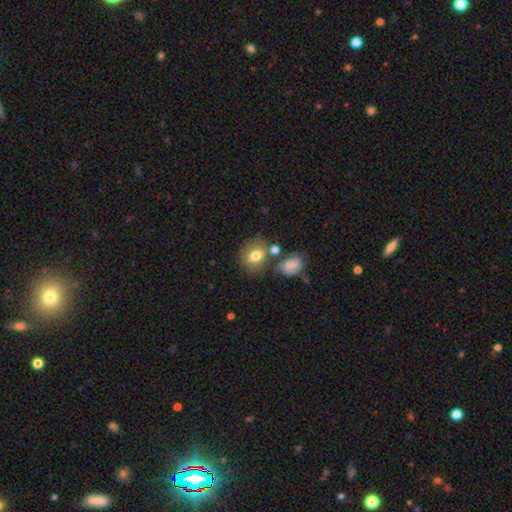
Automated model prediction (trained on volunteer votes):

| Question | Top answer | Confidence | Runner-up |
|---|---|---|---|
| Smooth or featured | smooth | 75% | featured or disk (16%) |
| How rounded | round | 61% | in between (38%) |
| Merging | none | 63% | merger (16%) |